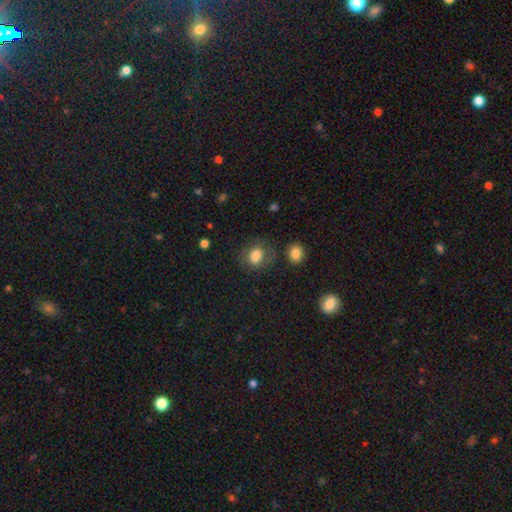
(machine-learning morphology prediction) smooth-or-featured: smooth: 75% | featured or disk: 16% | star or artifact: 10%
  how-rounded: round: 59% | in between: 40% | cigar-shaped: 1%
  merging: none: 69% | minor disturbance: 17% | major disturbance: 10% | merger: 3%